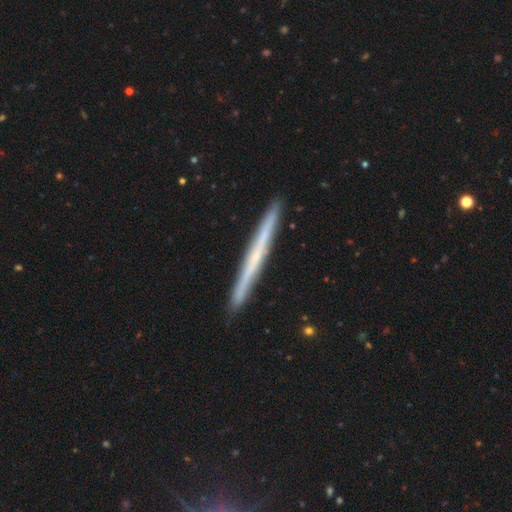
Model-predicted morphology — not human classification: Smooth or featured: featured or disk — 60% (smooth — 34%)
Edge-on disk: yes — 97% (no — 3%)
Edge-on bulge: none — 80% (rounded — 16%)
Merging: none — 92% (minor disturbance — 6%)